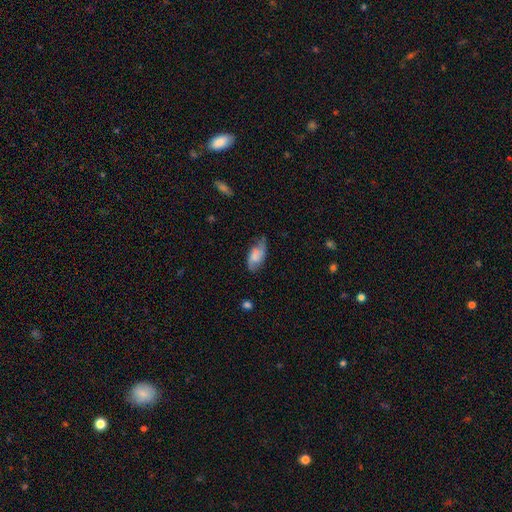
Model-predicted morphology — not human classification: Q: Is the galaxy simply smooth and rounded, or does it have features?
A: smooth — 58%.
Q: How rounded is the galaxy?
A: in between — 89%.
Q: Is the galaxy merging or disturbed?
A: none — 55%.